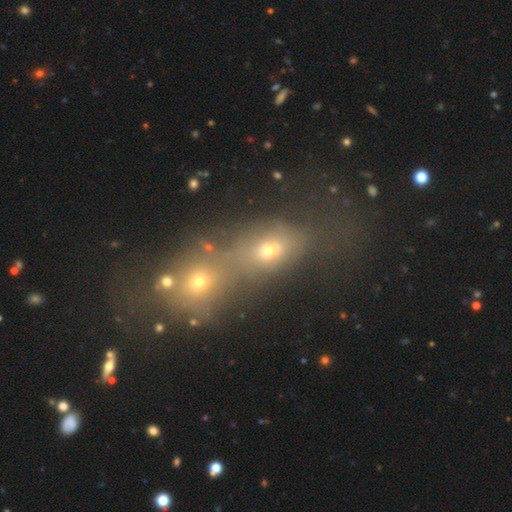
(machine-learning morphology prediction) Smooth or featured? Predicted: smooth (p=0.42). Merging? Predicted: merger (p=0.68).